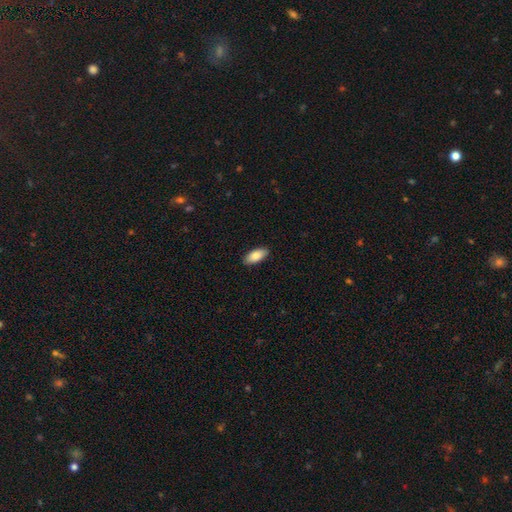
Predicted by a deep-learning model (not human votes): Smooth or featured? Predicted: smooth (p=0.87). How rounded? Predicted: in between (p=0.89). Merging? Predicted: none (p=0.89).